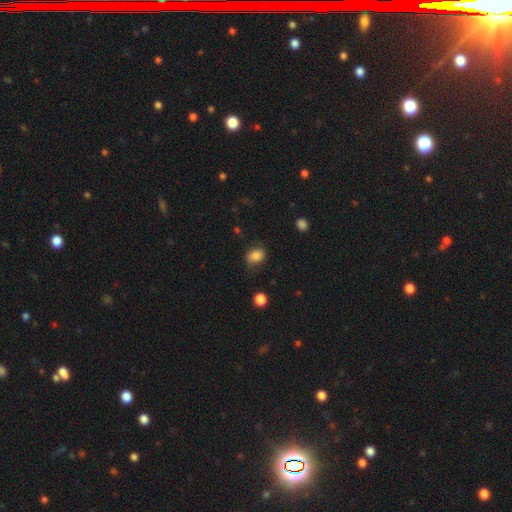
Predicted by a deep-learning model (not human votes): Smooth or featured? smooth (83%)
How rounded? in between (58%)
Merging? none (67%)